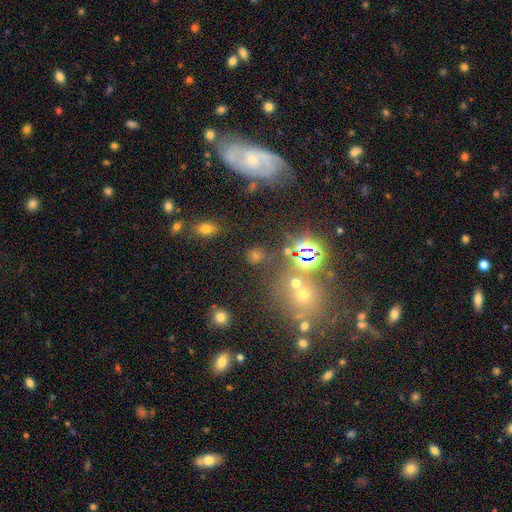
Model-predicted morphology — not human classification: Q: Smooth or featured?
A: smooth (42%); runner-up: star or artifact (37%)
Q: Merging?
A: none (70%); runner-up: minor disturbance (13%)